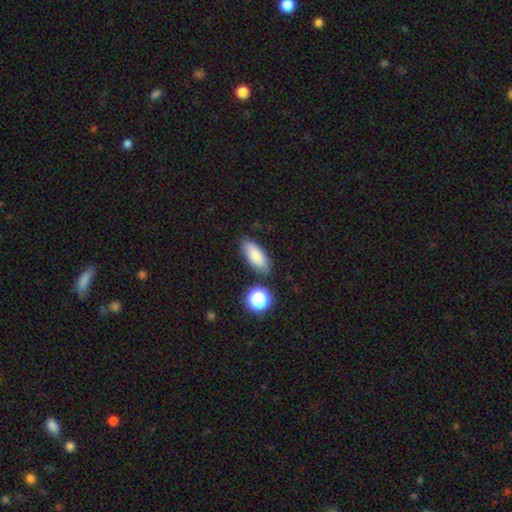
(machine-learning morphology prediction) Smooth or featured? smooth (83%)
How rounded? in between (78%)
Merging? none (82%)